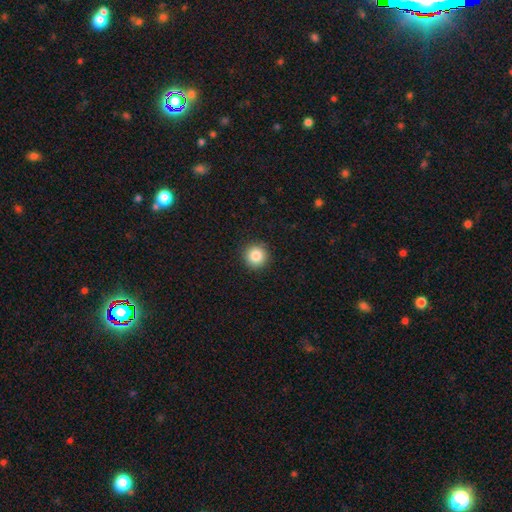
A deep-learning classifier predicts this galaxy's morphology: This is clearly a smooth galaxy (85%). How rounded: clearly round (95%). Merging: clearly none (92%).